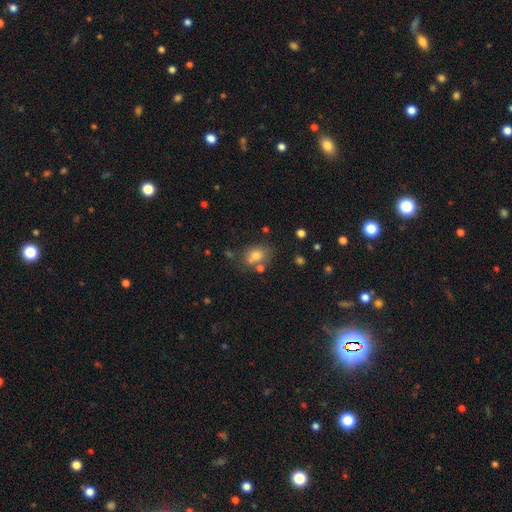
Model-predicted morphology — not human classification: A smooth galaxy with no disk features (73%) that is in between round and cigar-shaped (59%). Merging: none (58%).